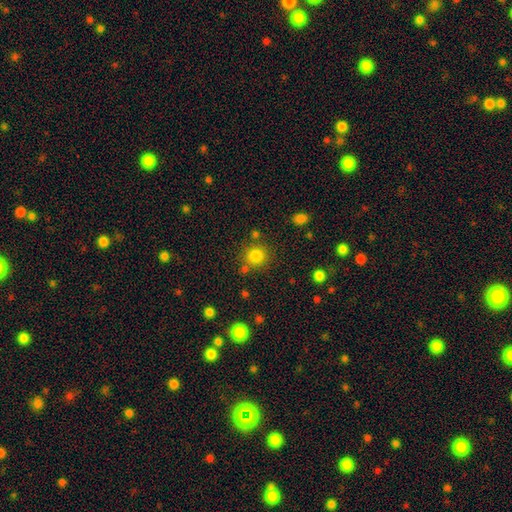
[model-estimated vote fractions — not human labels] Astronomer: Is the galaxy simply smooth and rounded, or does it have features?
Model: smooth — 82%.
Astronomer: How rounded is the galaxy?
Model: round — 90%.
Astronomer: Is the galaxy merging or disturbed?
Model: none — 78%.